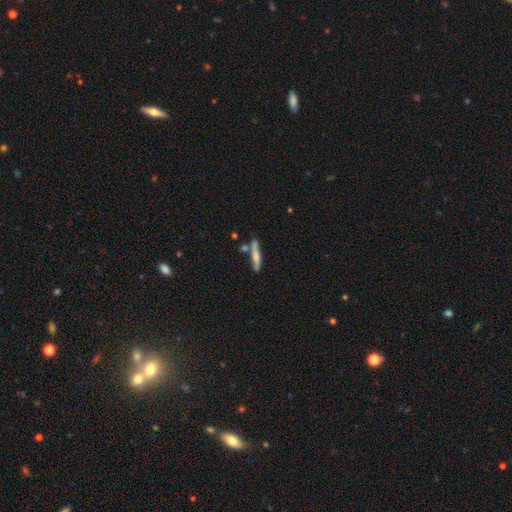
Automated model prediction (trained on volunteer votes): smooth-or-featured: smooth: 55% | featured or disk: 39% | star or artifact: 6%
  how-rounded: cigar-shaped: 89% | in between: 9% | round: 2%
  merging: none: 67% | minor disturbance: 16% | merger: 13% | major disturbance: 4%